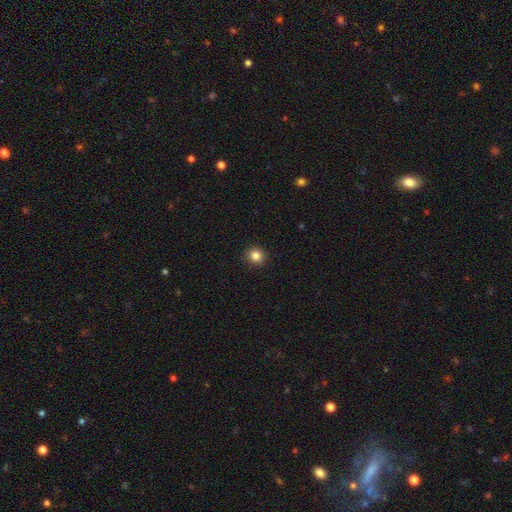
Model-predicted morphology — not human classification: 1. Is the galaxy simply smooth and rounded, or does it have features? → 85% smooth, 11% star or artifact, 4% featured or disk.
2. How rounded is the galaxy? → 86% round, 13% in between, 1% cigar-shaped.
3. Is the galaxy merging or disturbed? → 90% none, 7% minor disturbance, 2% major disturbance, 1% merger.